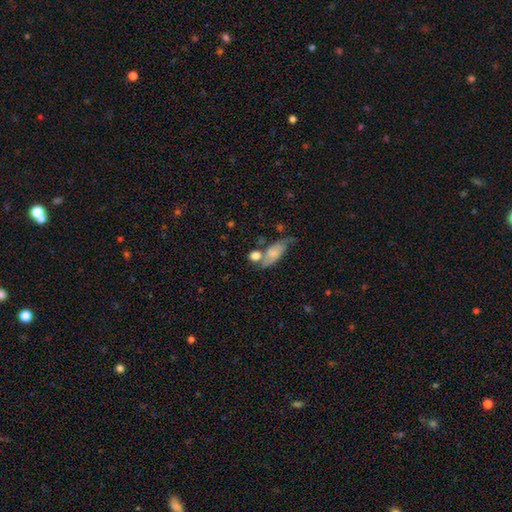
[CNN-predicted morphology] type=smooth (73%); roundness=in between (54%); merging=none (40%).